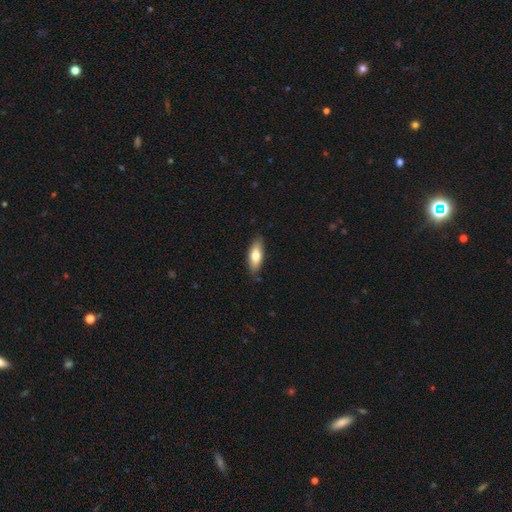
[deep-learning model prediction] Overall: smooth (72%). How rounded: in between (69%; cigar-shaped 29%). Merging: none (83%).